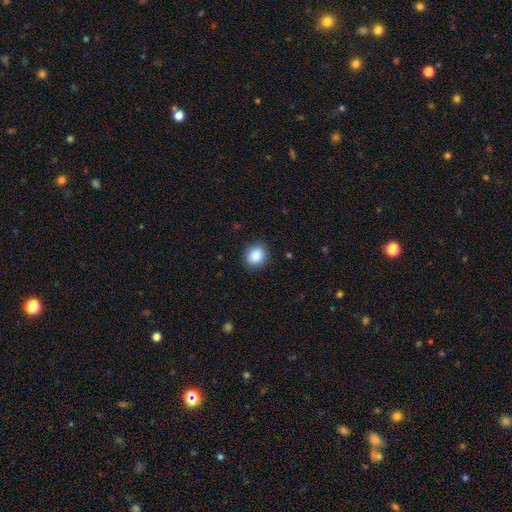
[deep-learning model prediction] This appears to be a smooth galaxy with no disk features (89%) that is round (76%). Merging: none (87%).